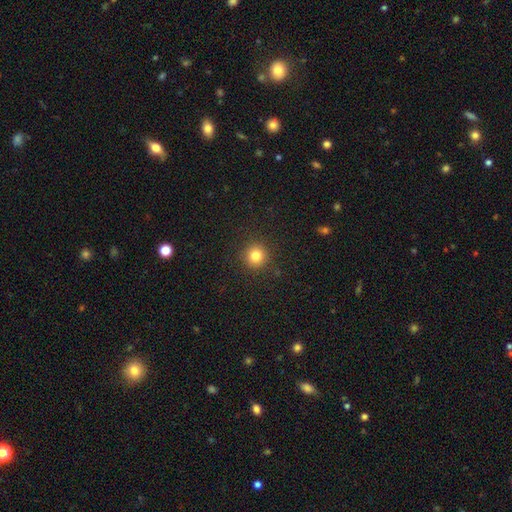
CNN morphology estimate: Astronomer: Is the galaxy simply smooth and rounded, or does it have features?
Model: smooth — 82%.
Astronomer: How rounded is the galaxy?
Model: round — 94%.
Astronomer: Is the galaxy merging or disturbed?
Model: none — 90%.